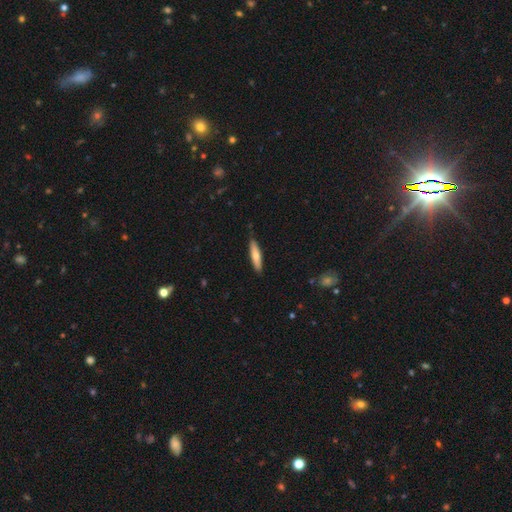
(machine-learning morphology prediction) type=smooth (64%); roundness=cigar-shaped (79%); merging=none (86%).